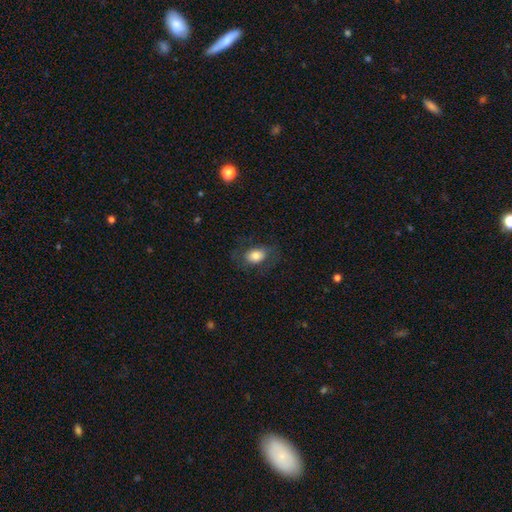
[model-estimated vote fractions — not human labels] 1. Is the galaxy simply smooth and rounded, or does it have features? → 76% smooth, 16% featured or disk, 8% star or artifact.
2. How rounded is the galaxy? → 79% in between, 20% round, 1% cigar-shaped.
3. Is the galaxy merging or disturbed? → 72% none, 16% minor disturbance, 11% major disturbance, 1% merger.